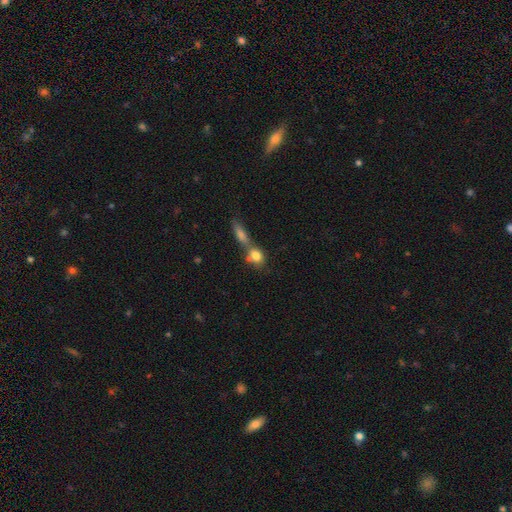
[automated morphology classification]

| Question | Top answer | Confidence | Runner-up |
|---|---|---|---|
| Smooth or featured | smooth | 78% | featured or disk (12%) |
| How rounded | round | 47% | in between (46%) |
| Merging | merger | 53% | none (34%) |